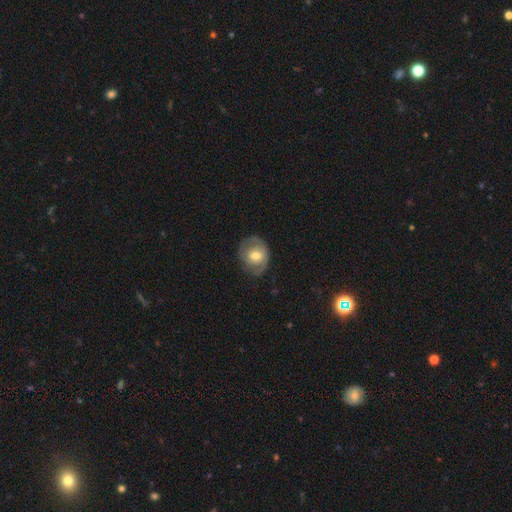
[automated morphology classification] Smooth or featured? Predicted: featured or disk (p=0.48). Merging? Predicted: none (p=0.67).